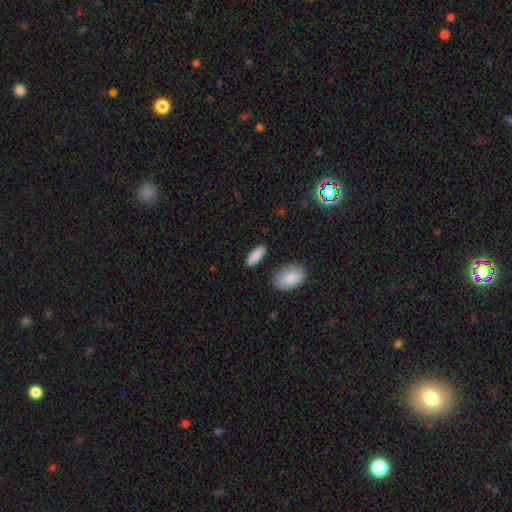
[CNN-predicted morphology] This appears to be a smooth galaxy with no disk features (88%) that is in between round and cigar-shaped (53%). Merging: none (86%).